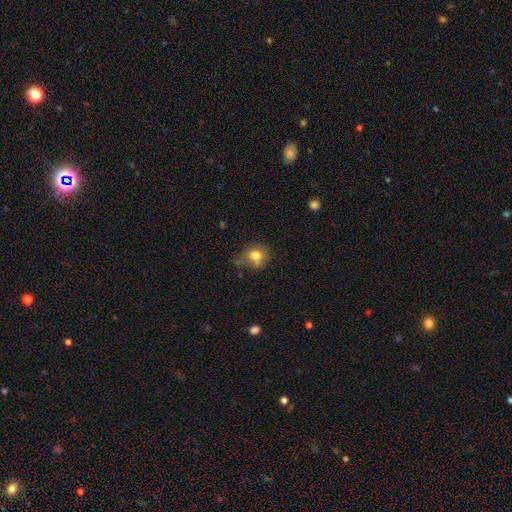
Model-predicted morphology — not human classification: smooth 77%, featured or disk 12%, star or artifact 11%. Down the decision tree: how rounded — round (72%); merging — none (63%).